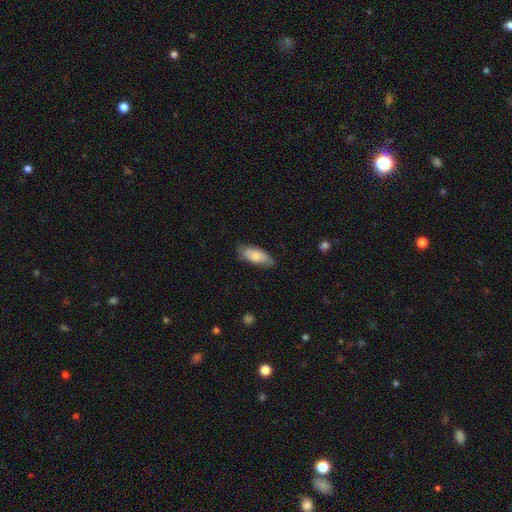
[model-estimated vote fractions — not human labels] Smooth or featured?
  - smooth: 77% *
  - featured or disk: 17%
  - star or artifact: 6%
How rounded?
  - in between: 79% *
  - cigar-shaped: 19%
  - round: 2%
Merging?
  - none: 75% *
  - minor disturbance: 20%
  - major disturbance: 4%
  - merger: 1%